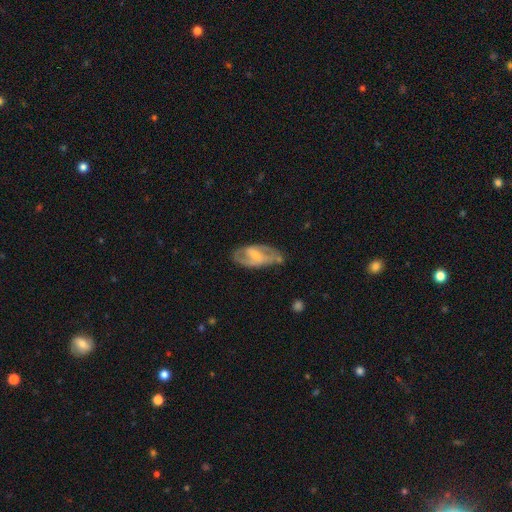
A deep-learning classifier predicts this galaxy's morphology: This appears to be a featured or disk galaxy (67%) with a weak bar (43%), spiral arms (71%) and a small central bulge (54%). Merging: none (59%).